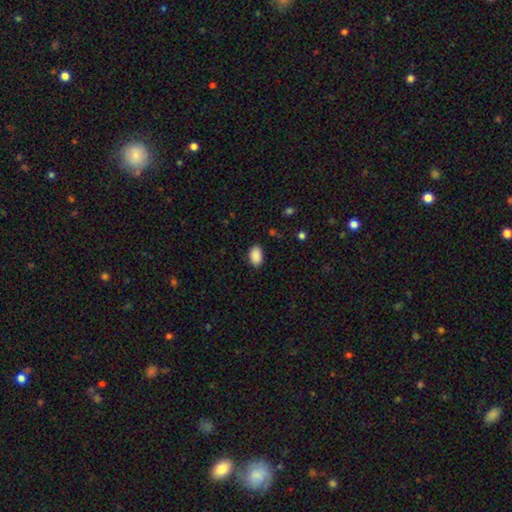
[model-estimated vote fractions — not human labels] A smooth galaxy with no disk features (90%) that is in between round and cigar-shaped (90%). Merging: none (86%).